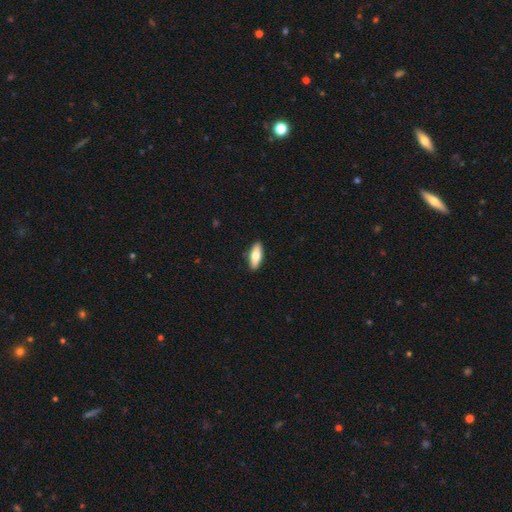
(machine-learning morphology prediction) Smooth or featured: smooth — 67% (featured or disk — 28%)
How rounded: in between — 64% (cigar-shaped — 33%)
Merging: none — 90% (minor disturbance — 8%)